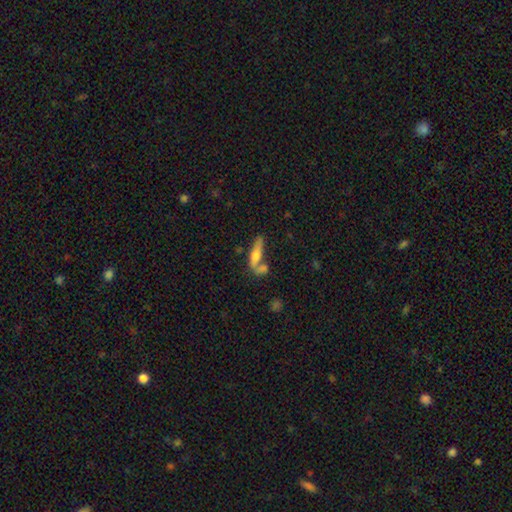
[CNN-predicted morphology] type=smooth (54%); roundness=cigar-shaped (68%); merging=none (41%).